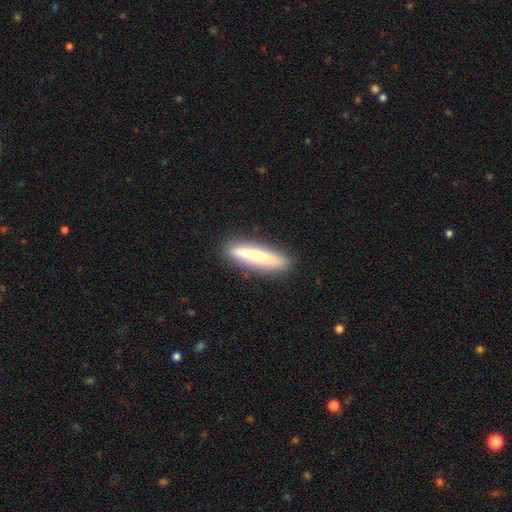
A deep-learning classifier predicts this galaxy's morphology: A smooth galaxy with no disk features (62%) that is cigar-shaped (83%).

Vote fractions:
- Smooth or featured? smooth: 62% / featured or disk: 32% / star or artifact: 6%
- How rounded? cigar-shaped: 83% / in between: 15% / round: 2%
- Merging? none: 87% / minor disturbance: 9% / major disturbance: 2% / merger: 2%